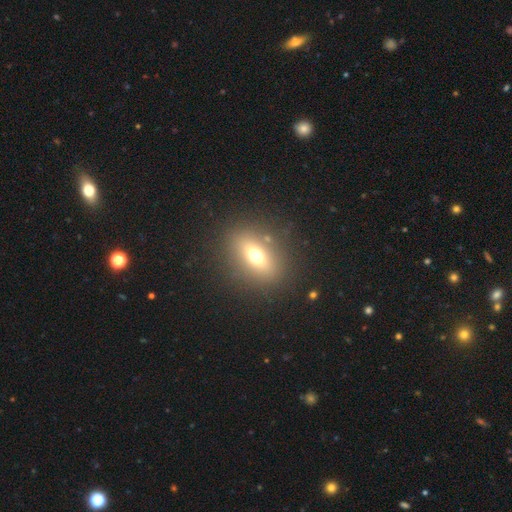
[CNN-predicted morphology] Smooth or featured? Predicted: smooth (p=0.64). How rounded? Predicted: in between (p=0.64). Merging? Predicted: none (p=0.84).